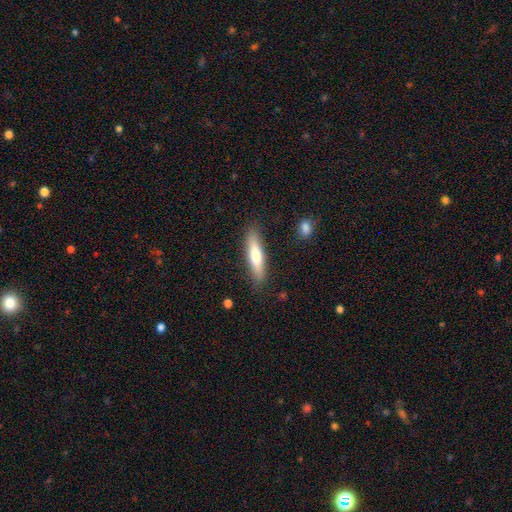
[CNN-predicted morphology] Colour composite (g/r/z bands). It shows a smooth galaxy with no disk features (65%) that is cigar-shaped (80%). Merging: none (86%).